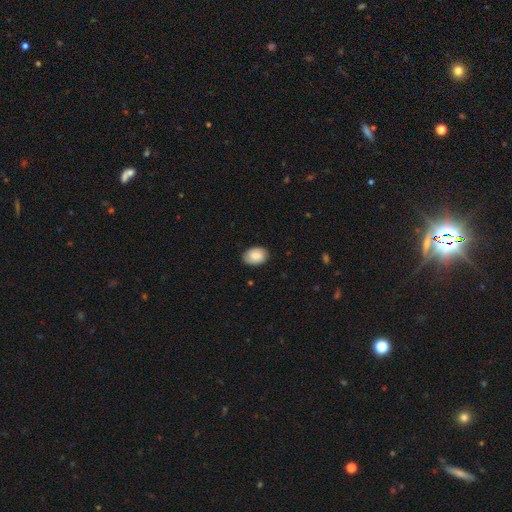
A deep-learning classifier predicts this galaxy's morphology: Smooth or featured: smooth — 73% (featured or disk — 20%)
How rounded: in between — 79% (round — 19%)
Merging: none — 84% (minor disturbance — 12%)